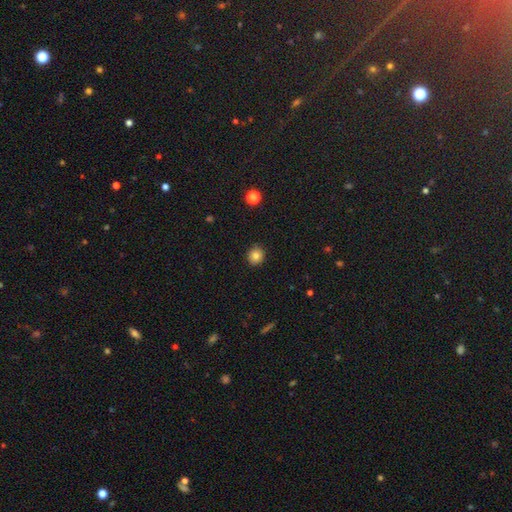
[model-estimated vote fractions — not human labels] Smooth or featured? smooth (82%)
How rounded? round (88%)
Merging? none (90%)